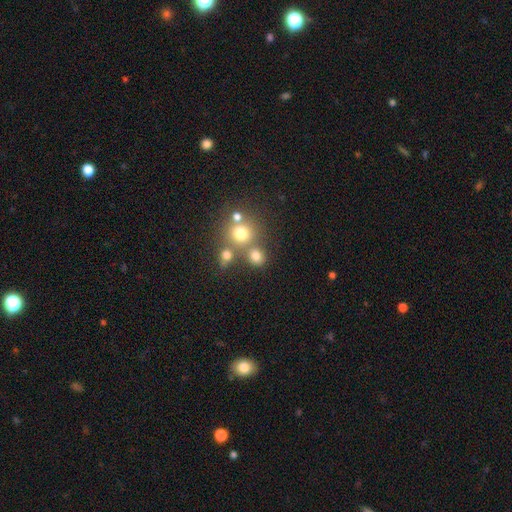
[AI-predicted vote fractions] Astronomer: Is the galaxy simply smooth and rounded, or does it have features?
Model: smooth — 74%.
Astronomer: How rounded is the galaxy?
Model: round — 78%.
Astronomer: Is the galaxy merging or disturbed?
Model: none — 63%.